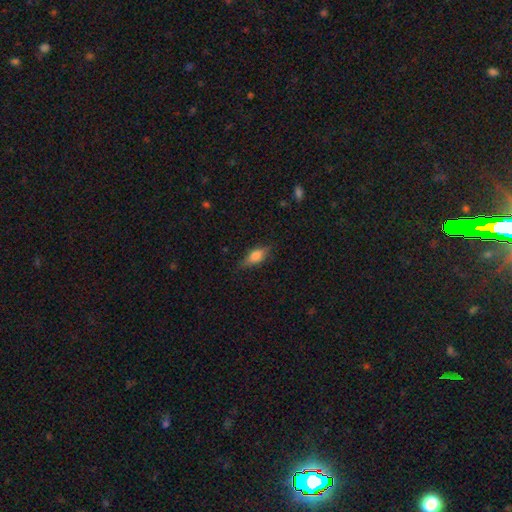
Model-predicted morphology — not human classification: smooth 73%, featured or disk 19%, star or artifact 8%. Down the decision tree: how rounded — in between (78%); merging — none (76%).